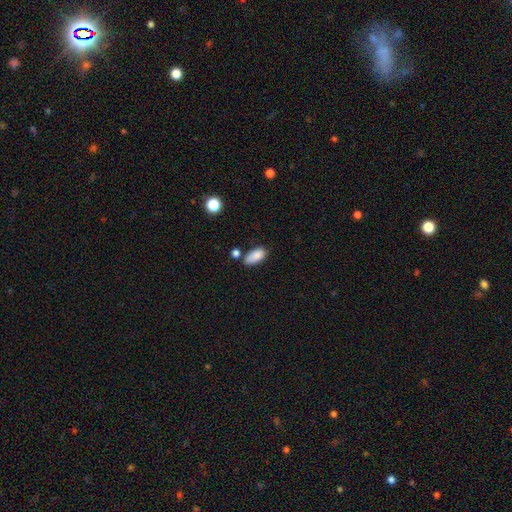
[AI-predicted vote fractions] Smooth or featured? Predicted: smooth (p=0.86). How rounded? Predicted: in between (p=0.91). Merging? Predicted: none (p=0.62).